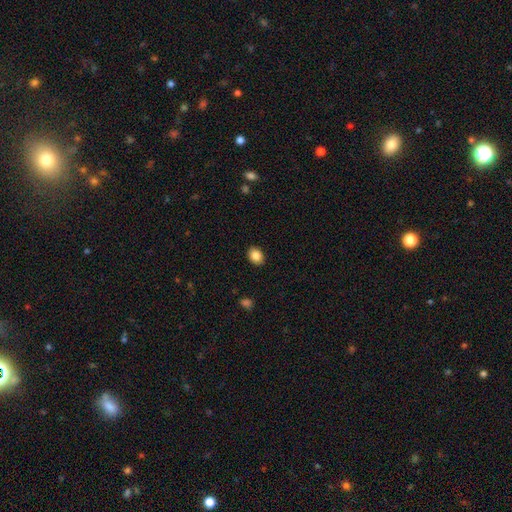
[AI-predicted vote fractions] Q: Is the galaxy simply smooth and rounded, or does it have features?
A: smooth — 86%.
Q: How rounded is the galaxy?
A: in between — 65%.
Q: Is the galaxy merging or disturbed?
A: none — 90%.